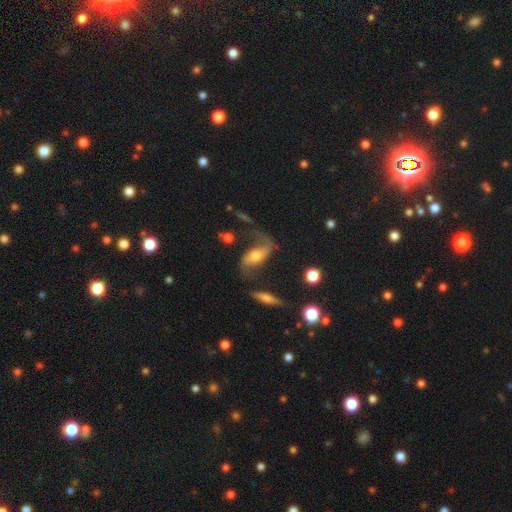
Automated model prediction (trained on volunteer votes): This is likely a featured or disk galaxy (66%). It is clearly not viewed edge-on (87%). Bar: possibly no (49%). Spiral arm pattern: clearly yes (82%). Central bulge: likely moderate (61%). Merging: marginally none (37%).